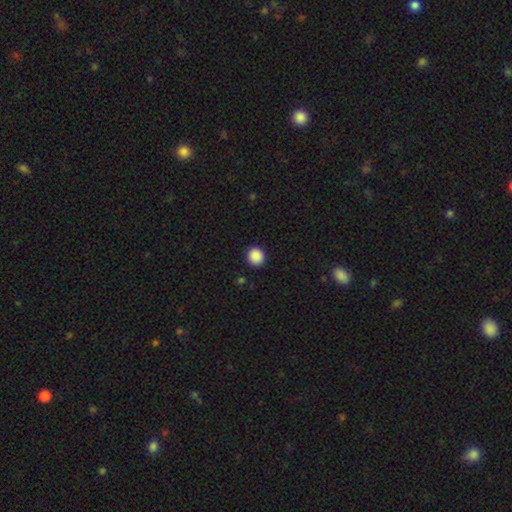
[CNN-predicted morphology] smooth_or_featured: smooth (p=0.89) [alt: star or artifact p=0.09]
how_rounded: round (p=0.90) [alt: in between p=0.09]
merging: none (p=0.92) [alt: minor disturbance p=0.05]